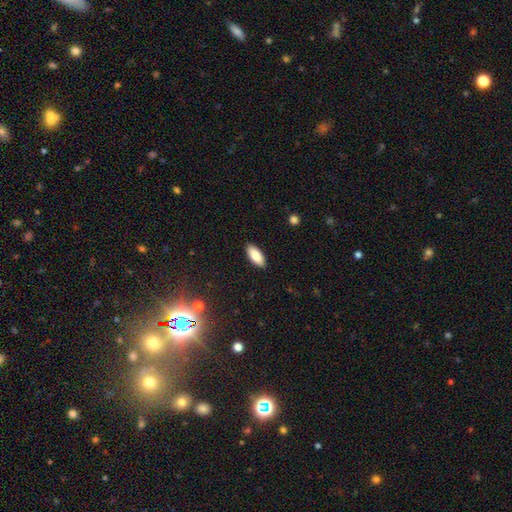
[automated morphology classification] A smooth galaxy with no disk features (85%) that is in between round and cigar-shaped (84%). Merging: none (90%).